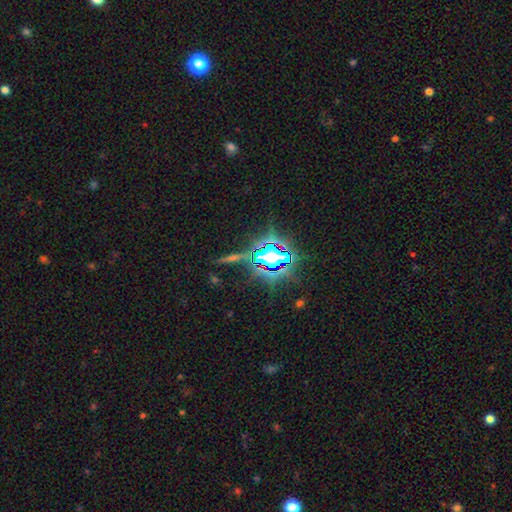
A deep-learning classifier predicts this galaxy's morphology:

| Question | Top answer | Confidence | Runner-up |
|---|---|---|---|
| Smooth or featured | star or artifact | 83% | smooth (9%) |